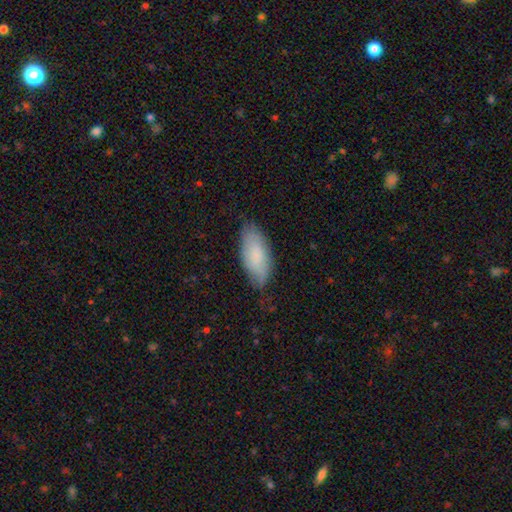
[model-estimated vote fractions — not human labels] Overall: smooth (78%). How rounded: in between (85%). Merging: none (72%).